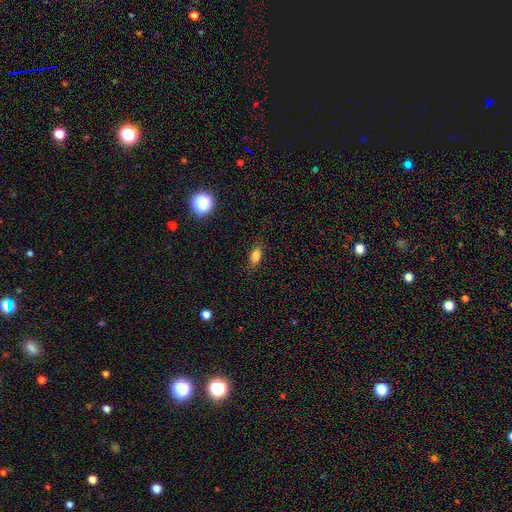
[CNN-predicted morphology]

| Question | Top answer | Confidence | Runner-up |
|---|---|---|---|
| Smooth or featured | smooth | 79% | star or artifact (11%) |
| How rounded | in between | 81% | cigar-shaped (12%) |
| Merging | none | 83% | minor disturbance (13%) |